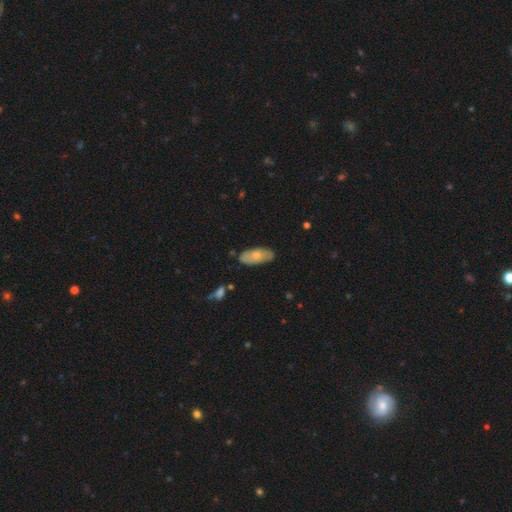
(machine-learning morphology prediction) This appears to be a smooth galaxy with no disk features (66%) that is in between round and cigar-shaped (88%). Merging: none (80%).